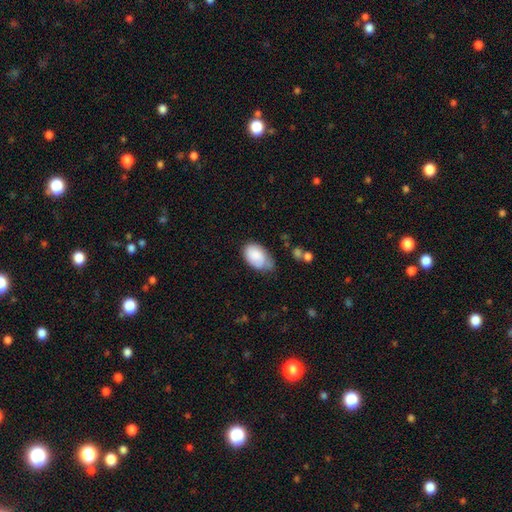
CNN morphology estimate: Overall: smooth (83%). How rounded: in between (91%). Merging: none (48%; minor disturbance 38%).